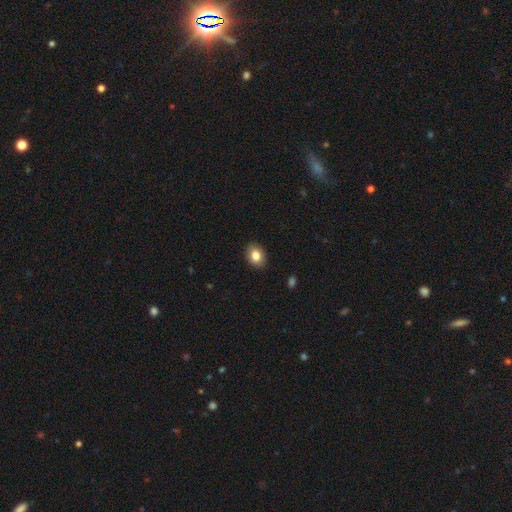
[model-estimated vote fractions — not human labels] Overall: smooth (83%). How rounded: in between (61%; round 39%). Merging: none (89%).